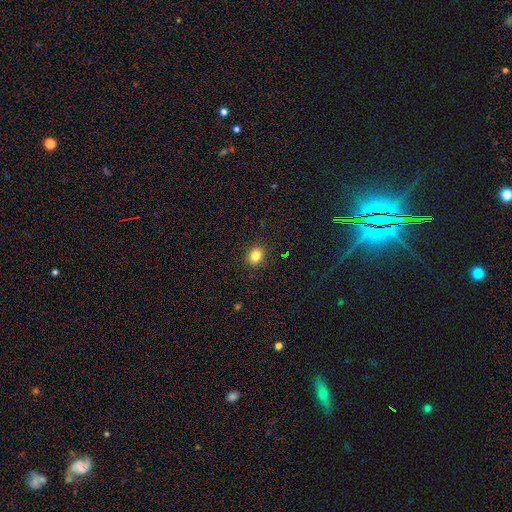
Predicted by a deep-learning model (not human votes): Q: Smooth or featured?
A: smooth (82%); runner-up: star or artifact (12%)
Q: How rounded?
A: round (62%); runner-up: in between (37%)
Q: Merging?
A: none (89%); runner-up: minor disturbance (8%)